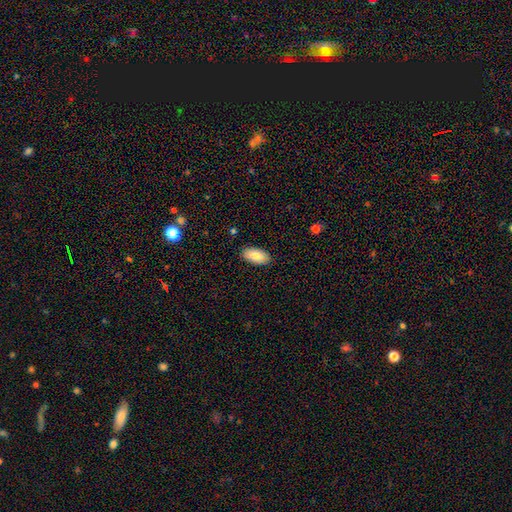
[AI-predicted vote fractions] Smooth or featured?
  - smooth: 85% *
  - featured or disk: 9%
  - star or artifact: 6%
How rounded?
  - in between: 94% *
  - cigar-shaped: 4%
  - round: 2%
Merging?
  - none: 89% *
  - minor disturbance: 8%
  - major disturbance: 2%
  - merger: 1%